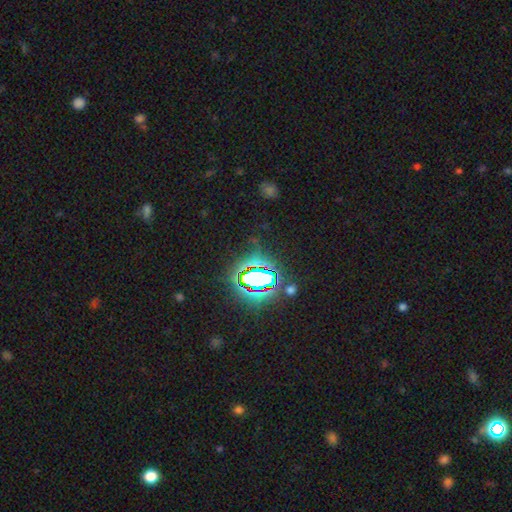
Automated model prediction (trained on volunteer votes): Smooth or featured: star or artifact — 76% (smooth — 14%)